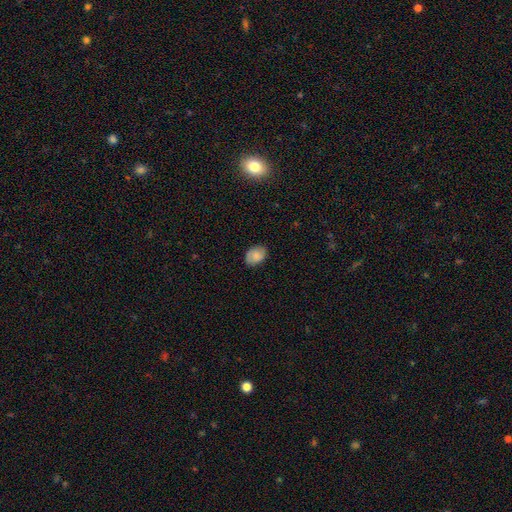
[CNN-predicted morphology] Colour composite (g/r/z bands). It shows a smooth galaxy with no disk features (78%) that is in between round and cigar-shaped (72%). Merging: none (81%).